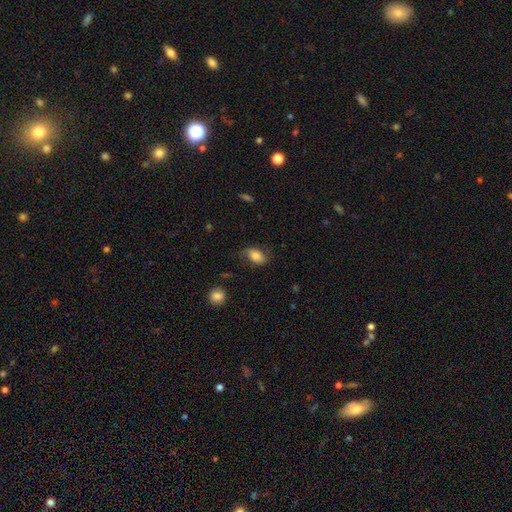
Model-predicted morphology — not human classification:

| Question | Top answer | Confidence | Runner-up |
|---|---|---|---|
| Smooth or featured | smooth | 66% | featured or disk (26%) |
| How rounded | in between | 87% | round (11%) |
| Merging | none | 64% | minor disturbance (23%) |